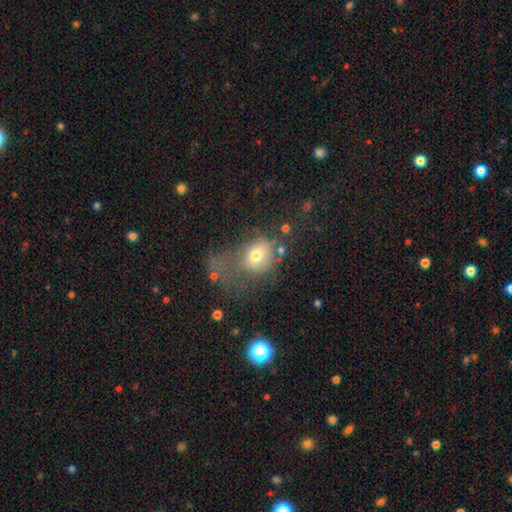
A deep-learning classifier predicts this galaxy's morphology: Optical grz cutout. It shows a smooth galaxy with no disk features (69%) that is in between round and cigar-shaped (51%). Merging: major disturbance (53%).